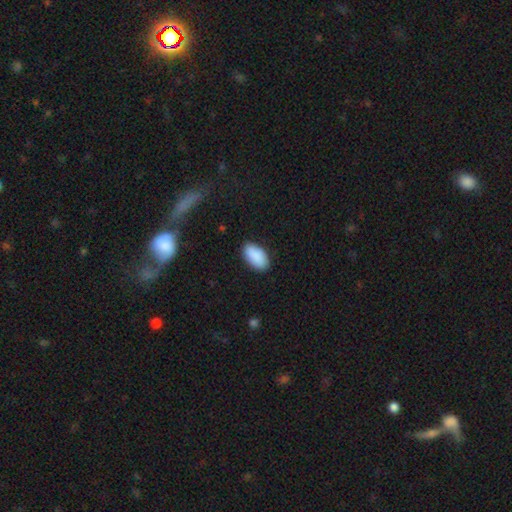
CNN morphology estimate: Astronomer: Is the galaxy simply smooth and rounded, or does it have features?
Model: smooth — 90%.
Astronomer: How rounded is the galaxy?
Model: in between — 95%.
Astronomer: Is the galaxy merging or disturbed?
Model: none — 86%.